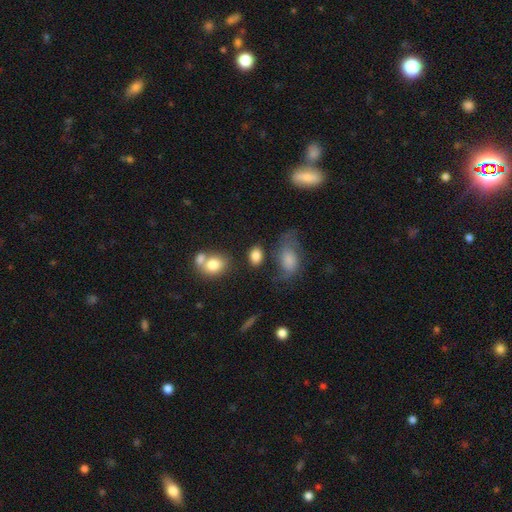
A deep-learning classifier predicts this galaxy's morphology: smooth-or-featured: smooth: 82% | star or artifact: 9% | featured or disk: 9%
  how-rounded: in between: 77% | round: 22% | cigar-shaped: 2%
  merging: none: 65% | minor disturbance: 16% | merger: 12% | major disturbance: 7%